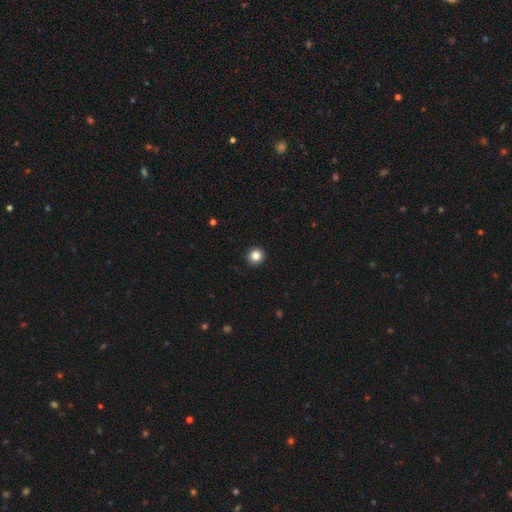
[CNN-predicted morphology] smooth-or-featured: smooth: 85% | star or artifact: 11% | featured or disk: 5%
  how-rounded: round: 92% | in between: 7% | cigar-shaped: 1%
  merging: none: 92% | minor disturbance: 5% | major disturbance: 2% | merger: 1%